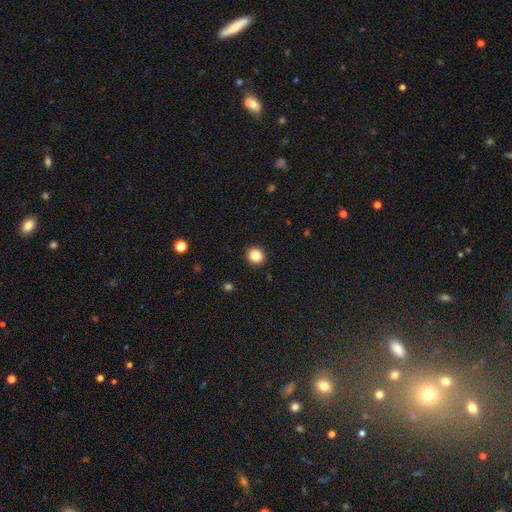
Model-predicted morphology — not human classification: smooth_or_featured: smooth (p=0.84) [alt: star or artifact p=0.11]
how_rounded: round (p=0.90) [alt: in between p=0.09]
merging: none (p=0.93) [alt: minor disturbance p=0.04]